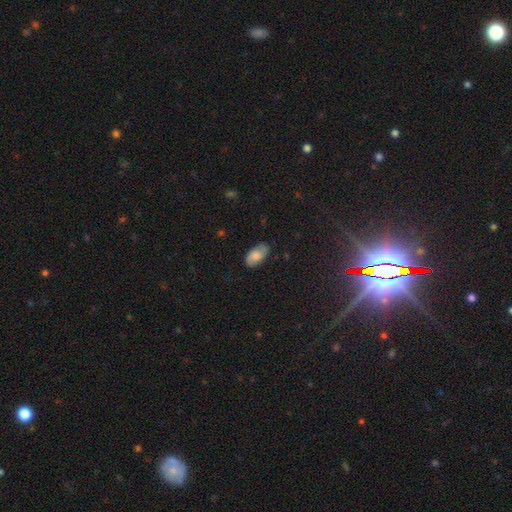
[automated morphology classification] smooth 68%, featured or disk 25%, star or artifact 8%. Down the decision tree: how rounded — in between (94%); merging — none (79%).